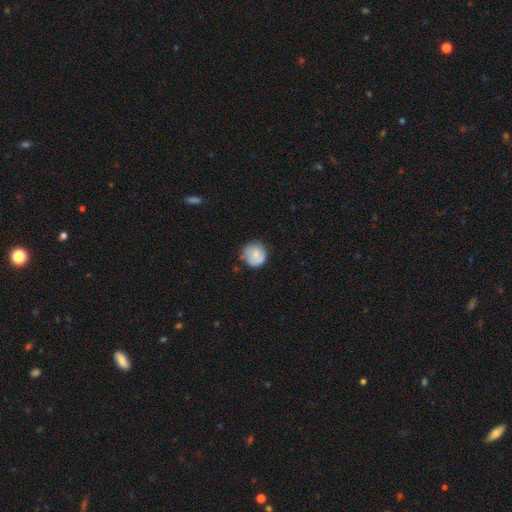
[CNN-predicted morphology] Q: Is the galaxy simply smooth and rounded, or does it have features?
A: smooth — 76%.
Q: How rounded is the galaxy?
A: round — 90%.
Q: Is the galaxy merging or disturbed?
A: none — 71%.